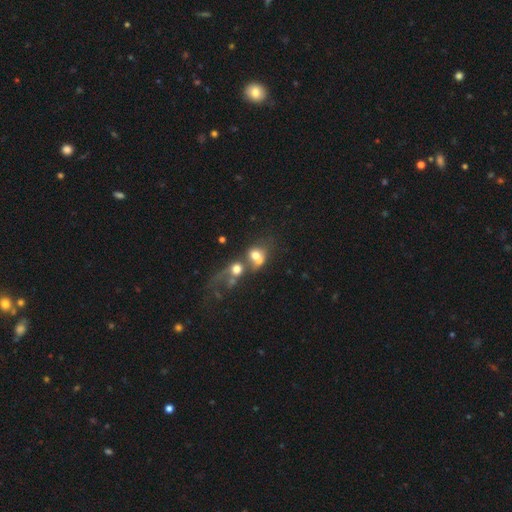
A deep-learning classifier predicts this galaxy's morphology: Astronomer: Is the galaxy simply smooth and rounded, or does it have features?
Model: smooth — 62%.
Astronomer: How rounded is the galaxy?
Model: round — 63%.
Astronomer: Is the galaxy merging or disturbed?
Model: merger — 66%.